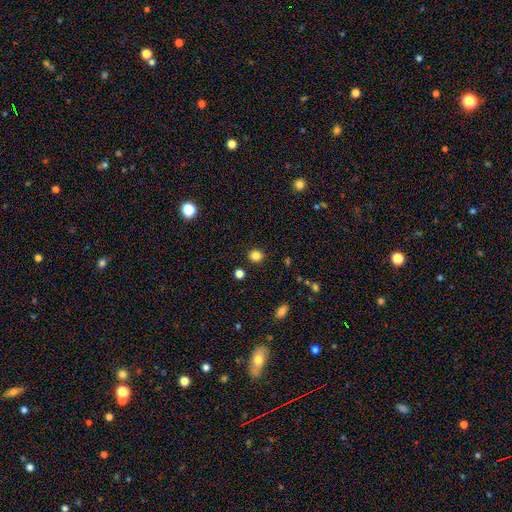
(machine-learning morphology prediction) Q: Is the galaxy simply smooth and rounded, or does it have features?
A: smooth — 84%.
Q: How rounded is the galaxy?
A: round — 86%.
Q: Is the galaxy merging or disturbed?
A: none — 90%.